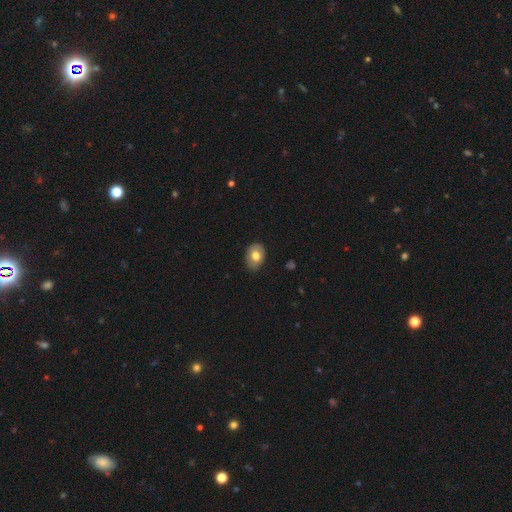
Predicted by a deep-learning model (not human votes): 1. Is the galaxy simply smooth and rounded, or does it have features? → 73% smooth, 19% featured or disk, 7% star or artifact.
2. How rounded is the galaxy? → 74% in between, 25% round, 1% cigar-shaped.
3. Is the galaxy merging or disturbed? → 83% none, 14% minor disturbance, 2% major disturbance, 1% merger.